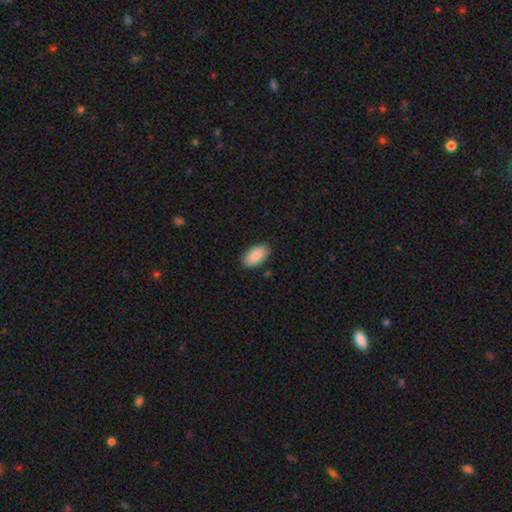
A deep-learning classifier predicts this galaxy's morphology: The model was most divided on "merging": none: 86%, minor disturbance: 10%, major disturbance: 2%, merger: 1%. More confident: how rounded — in between (95%); smooth or featured — smooth (89%).